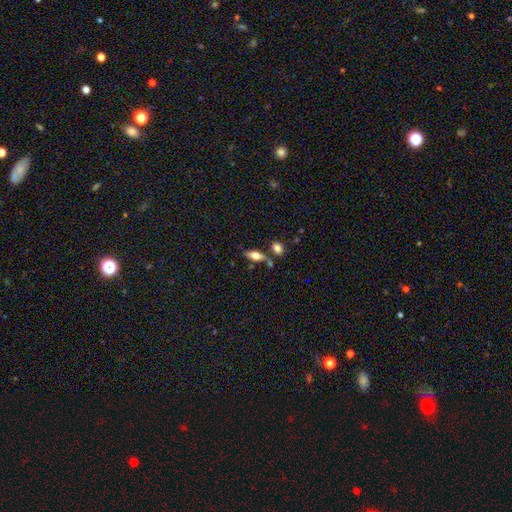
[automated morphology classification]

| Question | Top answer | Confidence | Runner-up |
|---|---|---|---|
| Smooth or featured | smooth | 63% | featured or disk (28%) |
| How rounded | in between | 72% | cigar-shaped (24%) |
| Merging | none | 64% | merger (17%) |